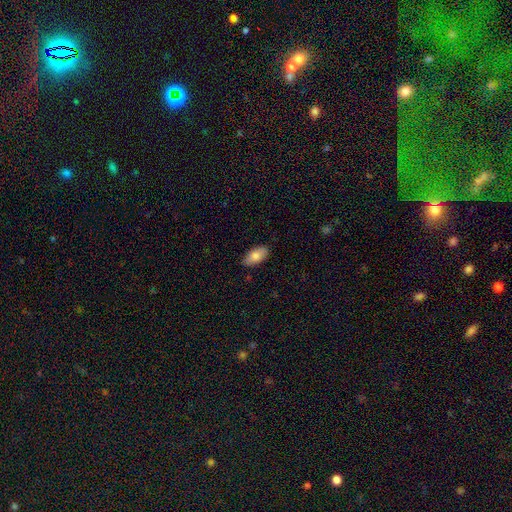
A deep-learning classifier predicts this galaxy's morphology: smooth_or_featured: smooth (p=0.82) [alt: featured or disk p=0.12]
how_rounded: in between (p=0.92) [alt: cigar-shaped p=0.05]
merging: none (p=0.85) [alt: minor disturbance p=0.11]